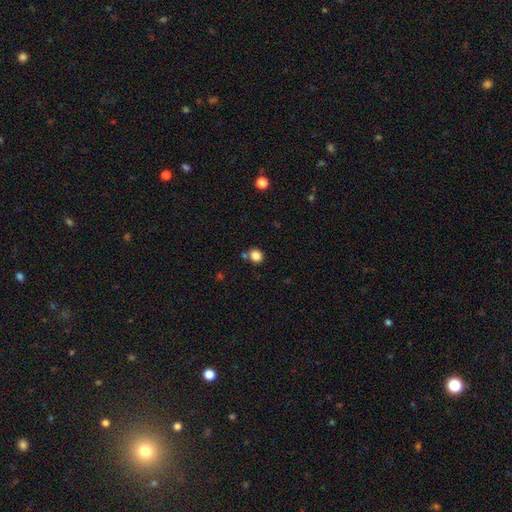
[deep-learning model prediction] Smooth or featured? Predicted: smooth (p=0.84). How rounded? Predicted: round (p=0.74). Merging? Predicted: none (p=0.74).